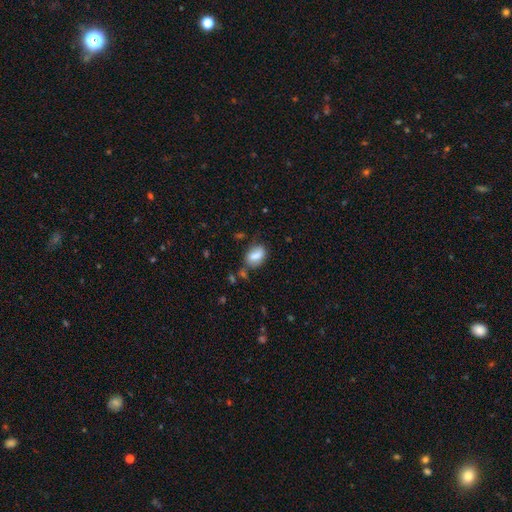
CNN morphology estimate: Smooth or featured?
  - smooth: 78% *
  - featured or disk: 14%
  - star or artifact: 8%
How rounded?
  - in between: 83% *
  - round: 14%
  - cigar-shaped: 2%
Merging?
  - none: 58% *
  - minor disturbance: 26%
  - major disturbance: 8%
  - merger: 7%